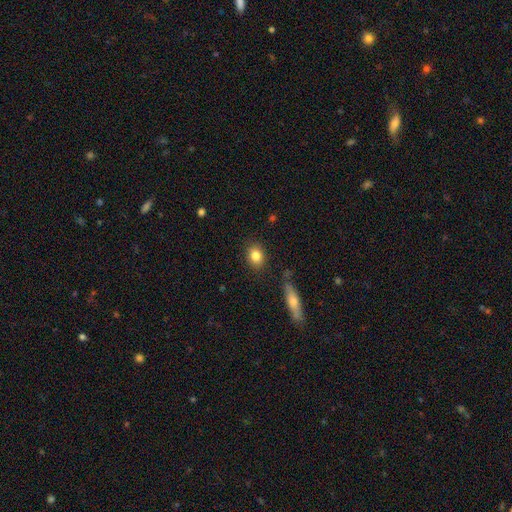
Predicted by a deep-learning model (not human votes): Smooth or featured? Predicted: smooth (p=0.84). How rounded? Predicted: in between (p=0.56). Merging? Predicted: none (p=0.85).